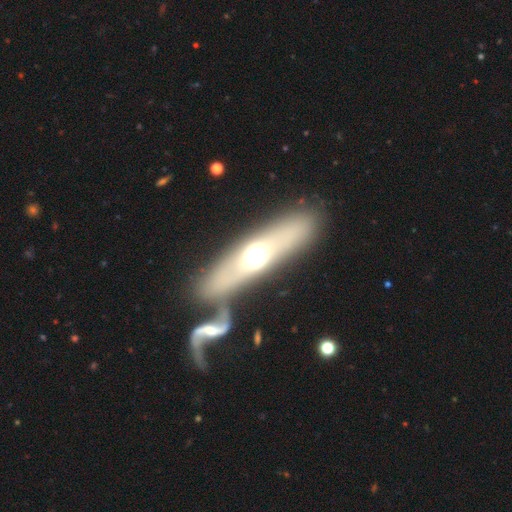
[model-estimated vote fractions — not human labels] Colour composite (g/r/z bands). It shows a featured or disk galaxy (48%). Merging: none (65%).